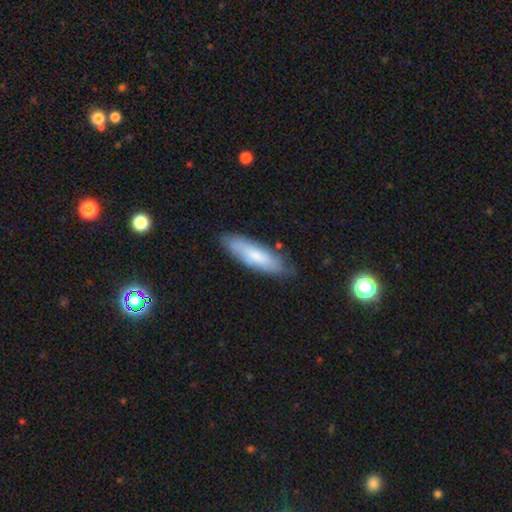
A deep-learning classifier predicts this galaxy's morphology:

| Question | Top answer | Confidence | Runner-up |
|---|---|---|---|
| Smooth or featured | smooth | 65% | featured or disk (29%) |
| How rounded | cigar-shaped | 55% | in between (44%) |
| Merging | none | 77% | minor disturbance (18%) |